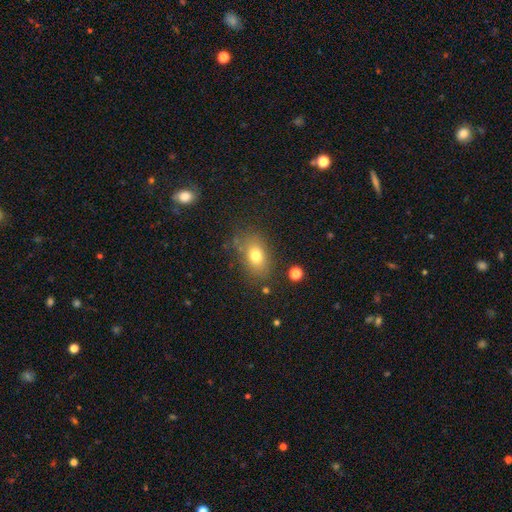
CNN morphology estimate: A smooth galaxy with no disk features (76%) that is in between round and cigar-shaped (79%). Merging: none (75%).